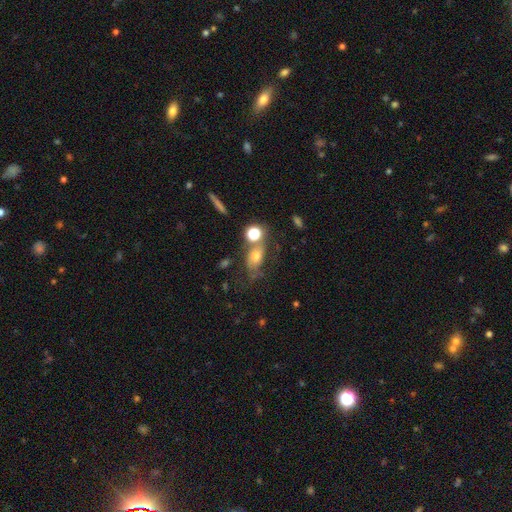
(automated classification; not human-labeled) smooth-or-featured: smooth: 52% | featured or disk: 31% | star or artifact: 17%
  how-rounded: in between: 66% | round: 29% | cigar-shaped: 5%
  merging: none: 38% | merger: 21% | minor disturbance: 21% | major disturbance: 19%